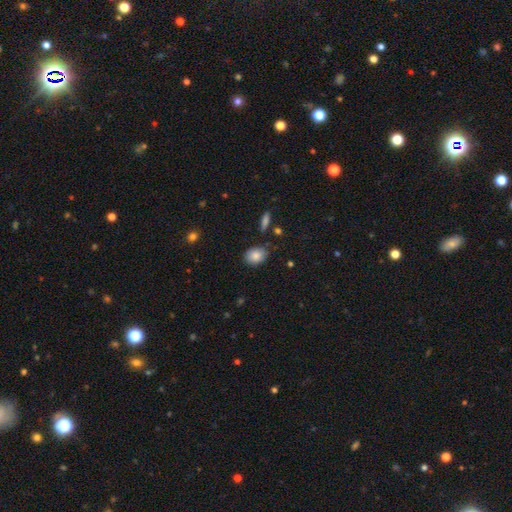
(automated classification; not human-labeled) A smooth galaxy with no disk features (85%) that is in between round and cigar-shaped (61%). Merging: none (83%).